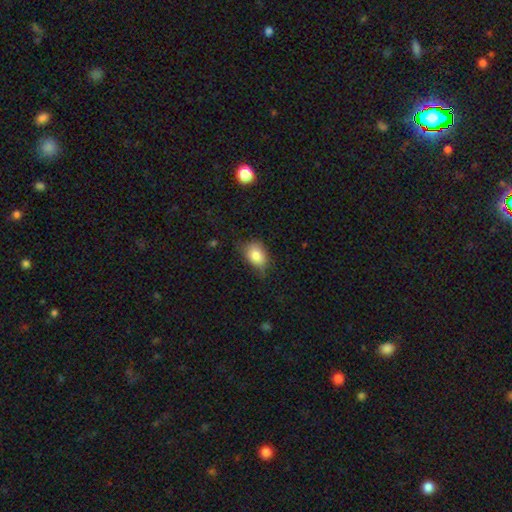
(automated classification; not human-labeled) smooth_or_featured: smooth (p=0.81) [alt: featured or disk p=0.10]
how_rounded: in between (p=0.73) [alt: round p=0.26]
merging: none (p=0.53) [alt: minor disturbance p=0.36]